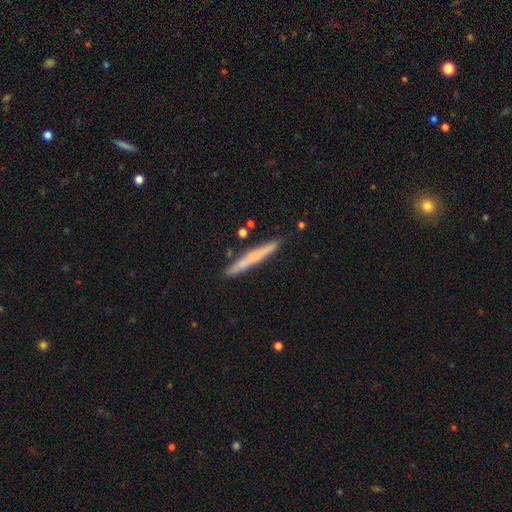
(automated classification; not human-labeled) Smooth or featured?
  - smooth: 54% *
  - featured or disk: 39%
  - star or artifact: 6%
How rounded?
  - cigar-shaped: 96% *
  - in between: 3%
  - round: 1%
Merging?
  - none: 85% *
  - minor disturbance: 10%
  - merger: 3%
  - major disturbance: 2%